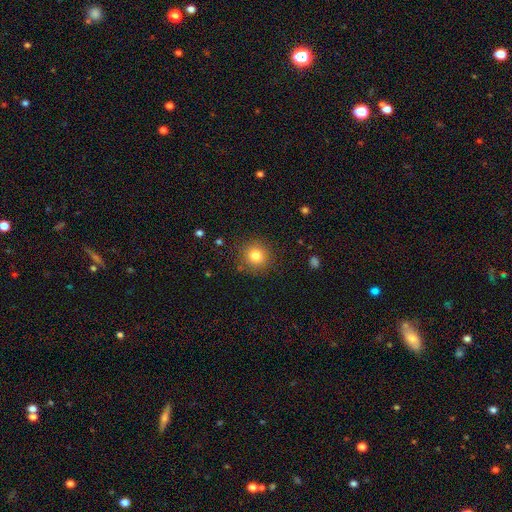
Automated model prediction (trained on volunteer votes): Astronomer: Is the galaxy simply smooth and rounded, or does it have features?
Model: smooth — 81%.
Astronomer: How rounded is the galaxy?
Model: round — 93%.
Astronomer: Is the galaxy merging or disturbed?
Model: none — 88%.